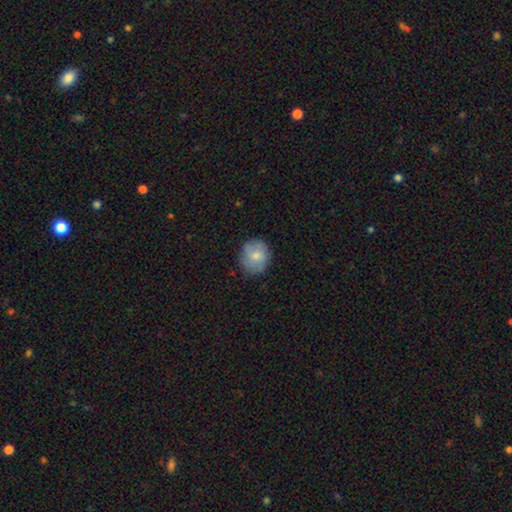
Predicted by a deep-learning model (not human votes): Smooth or featured? Predicted: smooth (p=0.74). How rounded? Predicted: round (p=0.79). Merging? Predicted: none (p=0.80).